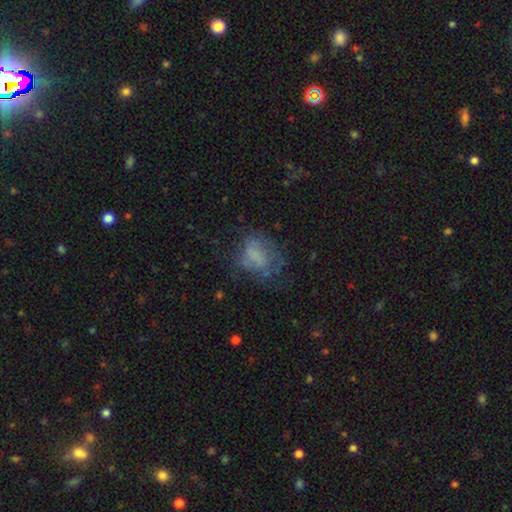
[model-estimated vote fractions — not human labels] Q: Smooth or featured?
A: smooth (54%); runner-up: featured or disk (32%)
Q: How rounded?
A: in between (70%); runner-up: round (28%)
Q: Merging?
A: none (45%); runner-up: major disturbance (28%)